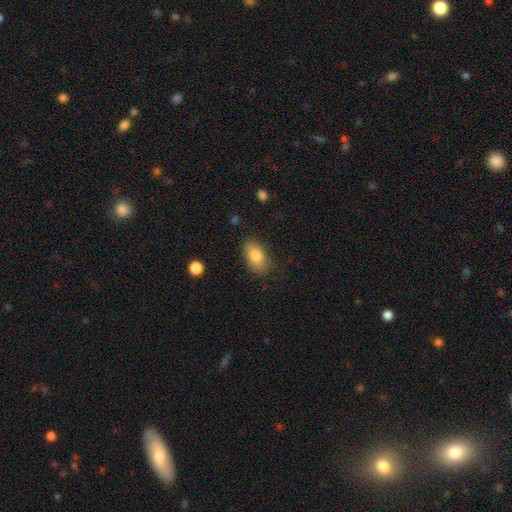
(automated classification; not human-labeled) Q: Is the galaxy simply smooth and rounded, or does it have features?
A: smooth — 83%.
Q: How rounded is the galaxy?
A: in between — 90%.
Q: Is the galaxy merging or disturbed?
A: none — 80%.